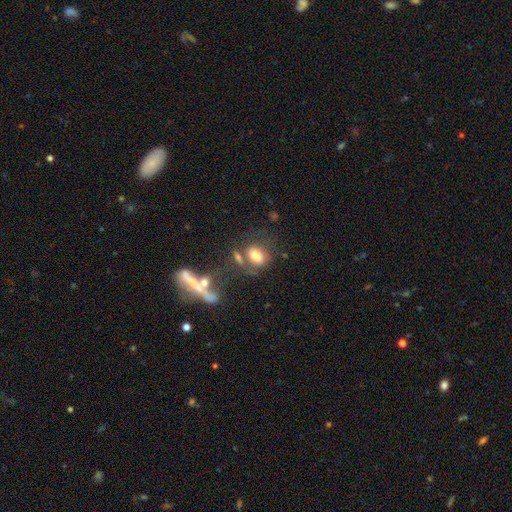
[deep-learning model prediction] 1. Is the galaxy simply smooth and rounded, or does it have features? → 74% smooth, 14% featured or disk, 12% star or artifact.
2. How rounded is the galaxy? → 72% in between, 25% round, 4% cigar-shaped.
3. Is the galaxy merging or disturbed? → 50% none, 24% merger, 16% minor disturbance, 11% major disturbance.